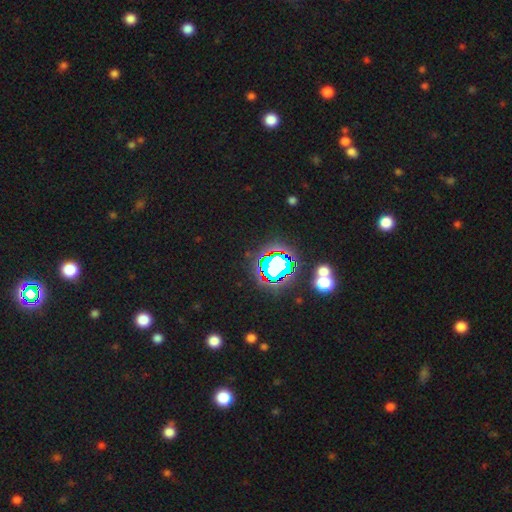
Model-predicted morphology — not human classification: type=star or artifact (81%).